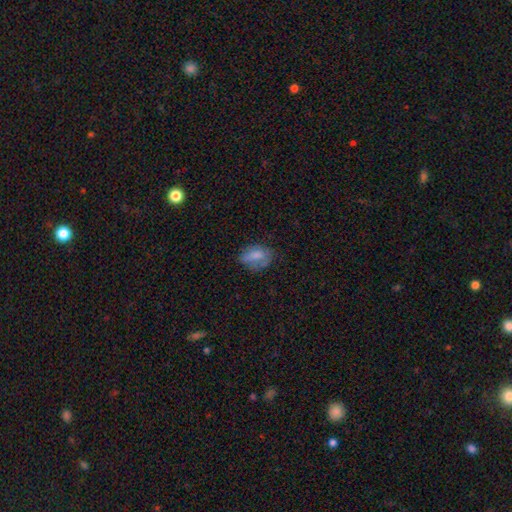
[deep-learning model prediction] Smooth or featured: smooth — 73% (featured or disk — 19%)
How rounded: in between — 79% (round — 19%)
Merging: none — 56% (minor disturbance — 29%)